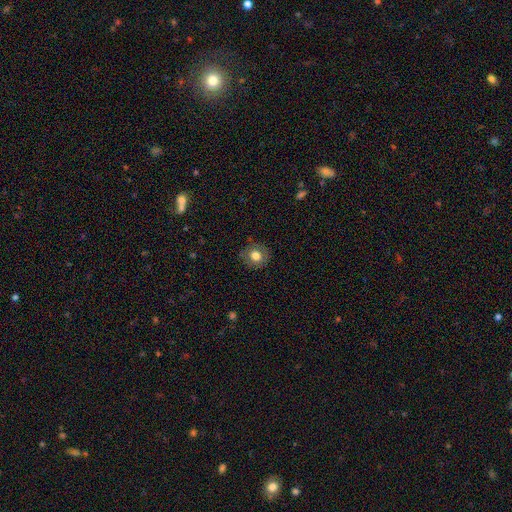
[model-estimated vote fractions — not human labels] Smooth or featured? smooth (77%)
How rounded? round (84%)
Merging? none (85%)